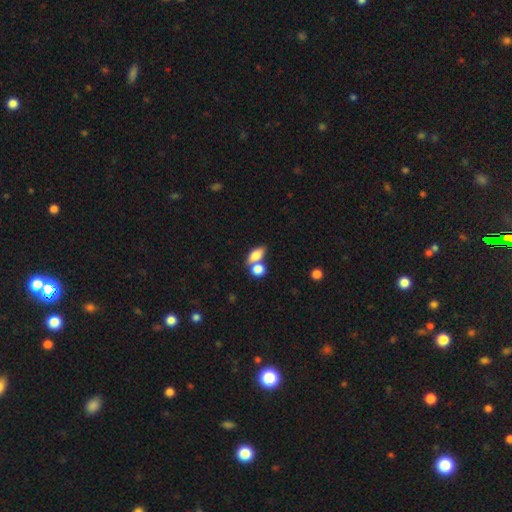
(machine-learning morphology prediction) Smooth or featured? smooth (78%)
How rounded? in between (78%)
Merging? merger (45%)